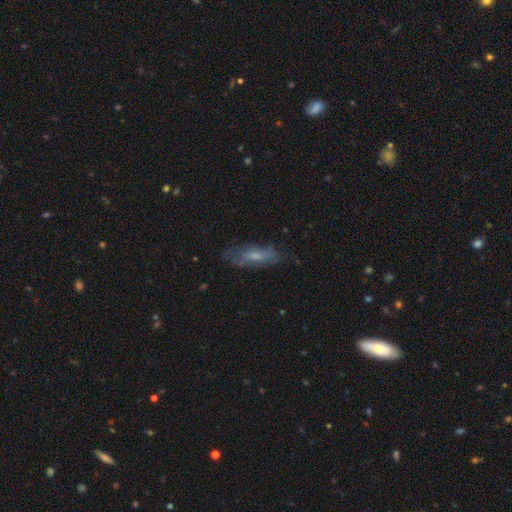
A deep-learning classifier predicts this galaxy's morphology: Smooth or featured: featured or disk — 47% (smooth — 44%)
Merging: none — 66% (minor disturbance — 22%)